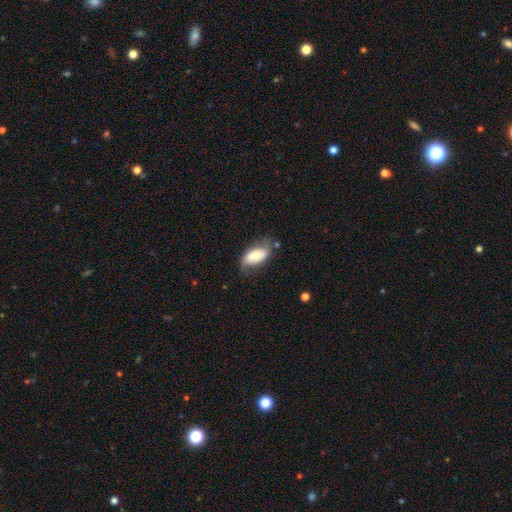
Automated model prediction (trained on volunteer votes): smooth_or_featured: smooth (p=0.67) [alt: featured or disk p=0.26]
how_rounded: in between (p=0.91) [alt: cigar-shaped p=0.06]
merging: none (p=0.58) [alt: minor disturbance p=0.30]